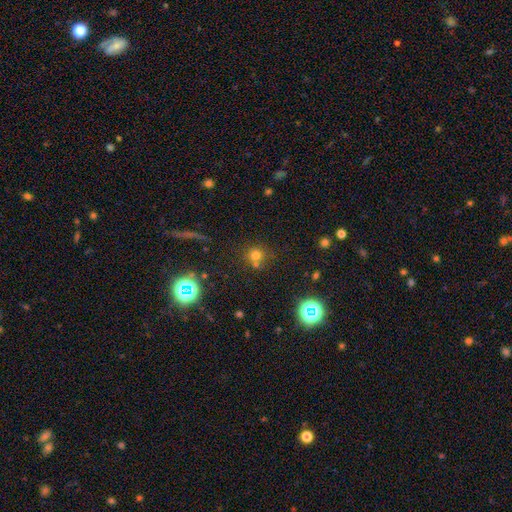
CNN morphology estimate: smooth 65%, star or artifact 26%, featured or disk 10%. Down the decision tree: how rounded — round (90%); merging — none (61%).